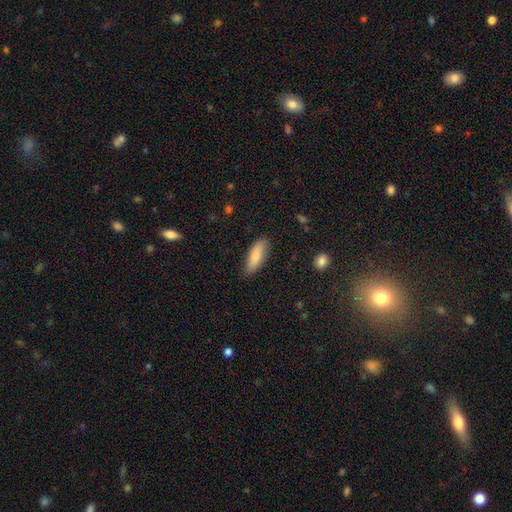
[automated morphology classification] smooth-or-featured: smooth: 81% | featured or disk: 13% | star or artifact: 6%
  how-rounded: in between: 63% | cigar-shaped: 35% | round: 2%
  merging: none: 80% | minor disturbance: 16% | major disturbance: 3% | merger: 1%